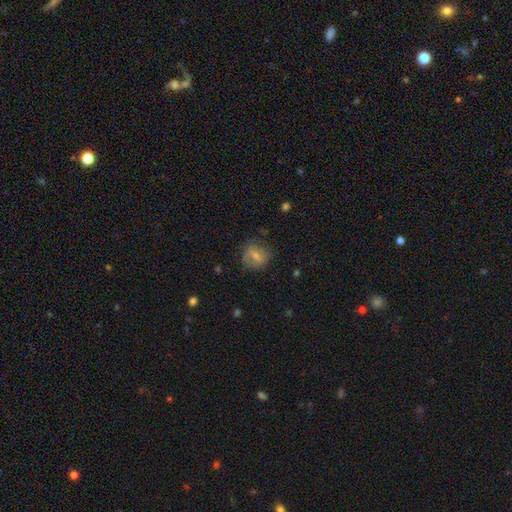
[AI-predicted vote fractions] smooth-or-featured: smooth: 55% | featured or disk: 35% | star or artifact: 9%
  how-rounded: round: 59% | in between: 38% | cigar-shaped: 2%
  merging: none: 66% | minor disturbance: 21% | major disturbance: 11% | merger: 2%